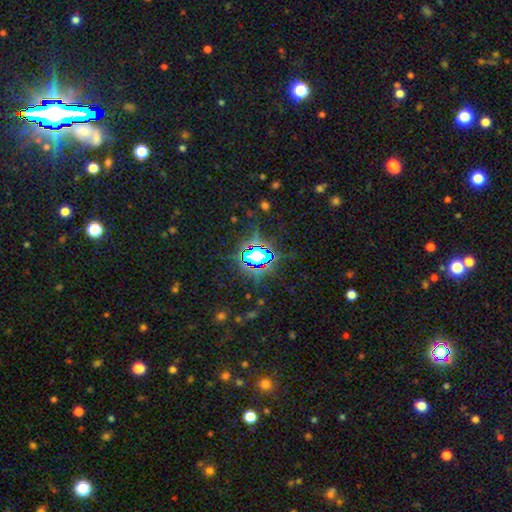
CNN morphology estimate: Smooth or featured? star or artifact (72%)